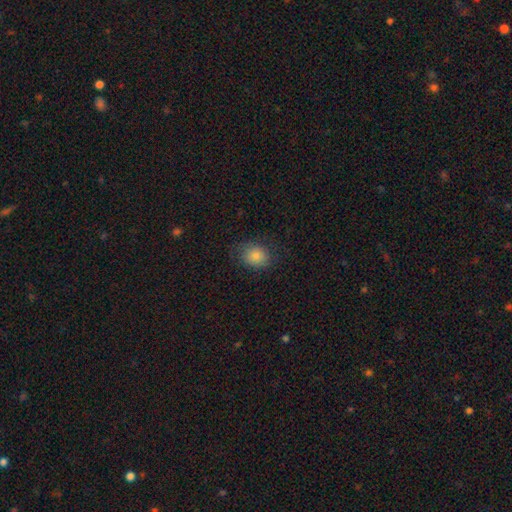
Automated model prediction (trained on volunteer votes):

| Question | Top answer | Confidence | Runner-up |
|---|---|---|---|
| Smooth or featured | smooth | 80% | star or artifact (11%) |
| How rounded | round | 53% | in between (46%) |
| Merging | none | 76% | minor disturbance (17%) |